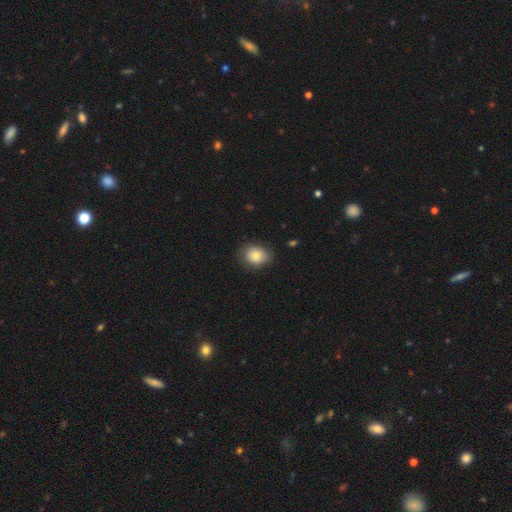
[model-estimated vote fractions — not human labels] Overall: smooth (84%). How rounded: round (51%; in between 48%). Merging: none (78%).